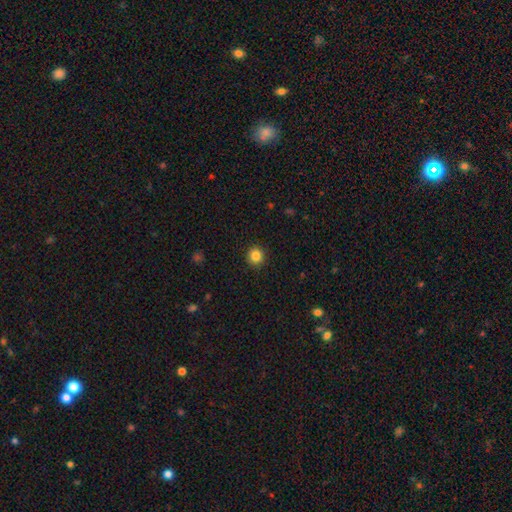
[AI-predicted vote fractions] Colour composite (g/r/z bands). It shows a smooth galaxy with no disk features (85%) that is round (93%). Merging: none (92%).